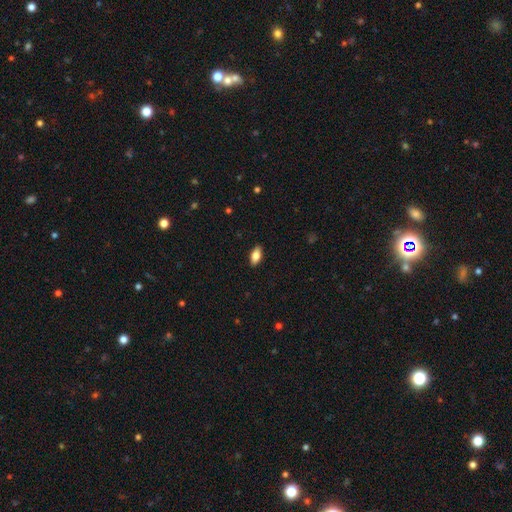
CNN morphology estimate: smooth-or-featured: smooth: 77% | featured or disk: 16% | star or artifact: 7%
  how-rounded: in between: 87% | cigar-shaped: 9% | round: 3%
  merging: none: 90% | minor disturbance: 8% | major disturbance: 2% | merger: 1%